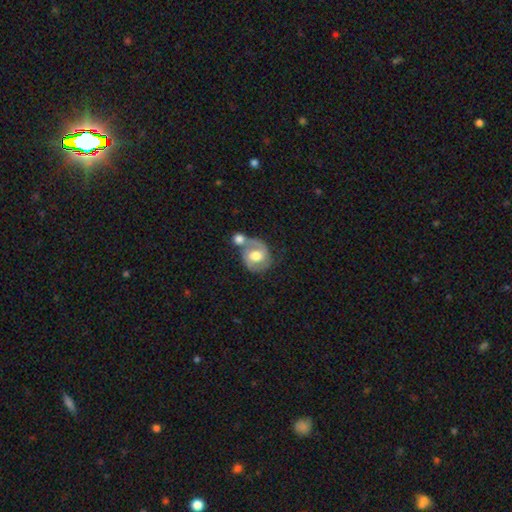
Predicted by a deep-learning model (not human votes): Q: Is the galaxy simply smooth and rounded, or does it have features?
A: featured or disk — 68%.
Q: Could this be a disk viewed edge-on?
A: no — 97%.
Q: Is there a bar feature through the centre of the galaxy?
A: no — 49%.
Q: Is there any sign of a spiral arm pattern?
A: yes — 85%.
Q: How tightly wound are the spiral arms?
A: medium — 47%.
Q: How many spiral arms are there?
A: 2 — 80%.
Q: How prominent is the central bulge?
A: moderate — 63%.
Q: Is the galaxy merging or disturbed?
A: merger — 41%.